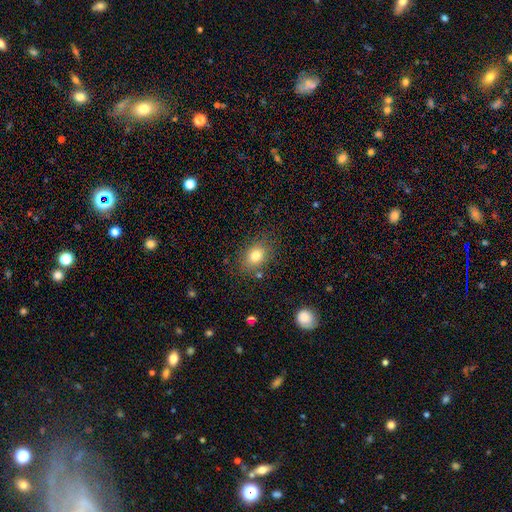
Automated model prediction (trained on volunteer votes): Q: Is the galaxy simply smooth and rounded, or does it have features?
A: smooth — 79%.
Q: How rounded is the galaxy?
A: in between — 71%.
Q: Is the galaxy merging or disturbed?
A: none — 79%.